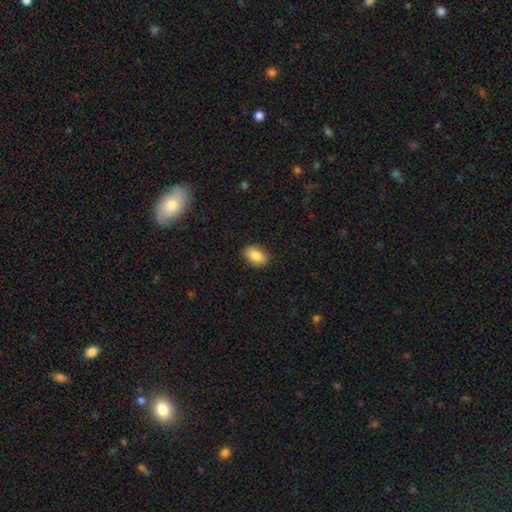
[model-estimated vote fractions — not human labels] smooth 84%, featured or disk 9%, star or artifact 7%. Down the decision tree: how rounded — in between (88%); merging — none (89%).